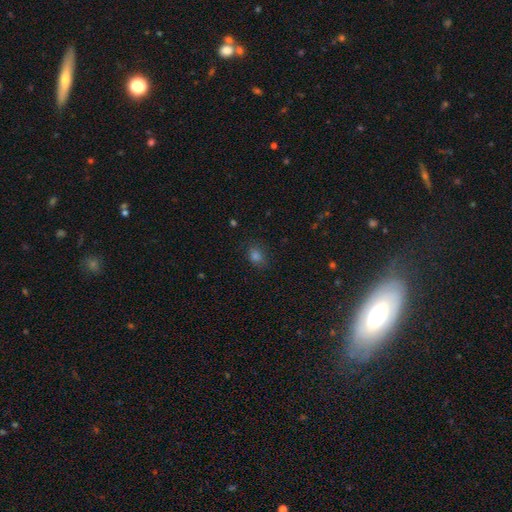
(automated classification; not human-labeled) A smooth galaxy with no disk features (72%) that is round (51%).

Vote fractions:
- Smooth or featured? smooth: 72% / star or artifact: 22% / featured or disk: 6%
- How rounded? round: 51% / in between: 47% / cigar-shaped: 1%
- Merging? none: 83% / minor disturbance: 12% / major disturbance: 4% / merger: 1%